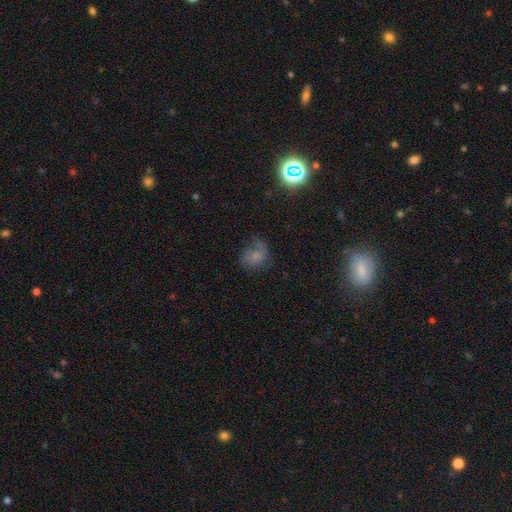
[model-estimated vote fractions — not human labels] Overall: smooth (47%; featured or disk 38%). Merging: none (41%; major disturbance 31%).